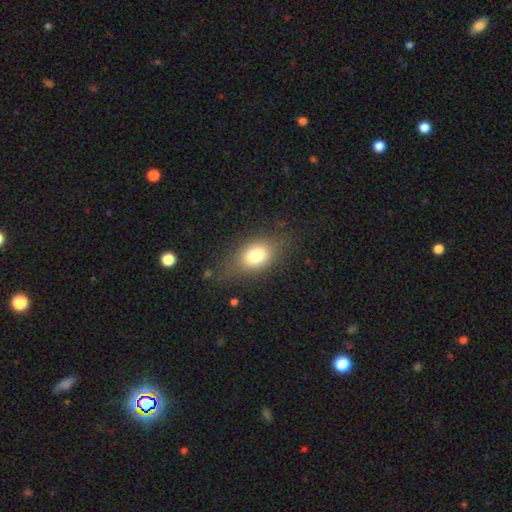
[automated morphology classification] This appears to be a smooth galaxy with no disk features (75%) that is in between round and cigar-shaped (73%). Merging: none (68%).